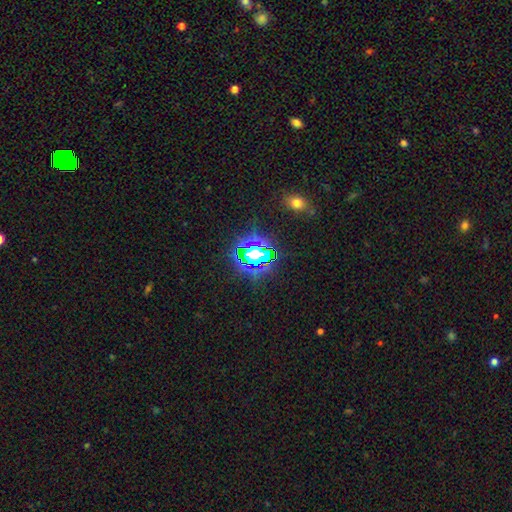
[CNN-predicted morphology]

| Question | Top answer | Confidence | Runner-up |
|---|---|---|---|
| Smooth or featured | star or artifact | 68% | smooth (20%) |